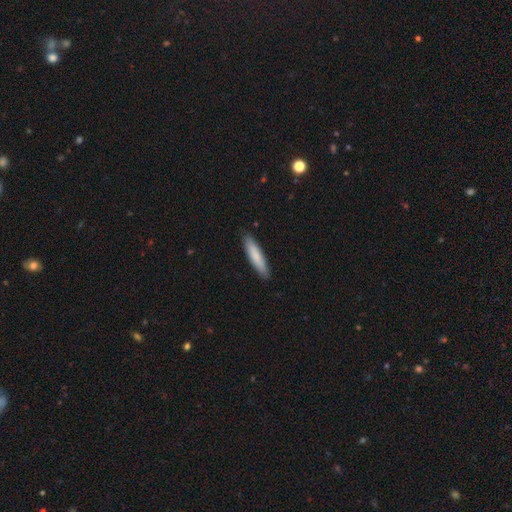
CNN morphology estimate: Smooth or featured? Predicted: smooth (p=0.81). How rounded? Predicted: cigar-shaped (p=0.84). Merging? Predicted: none (p=0.89).